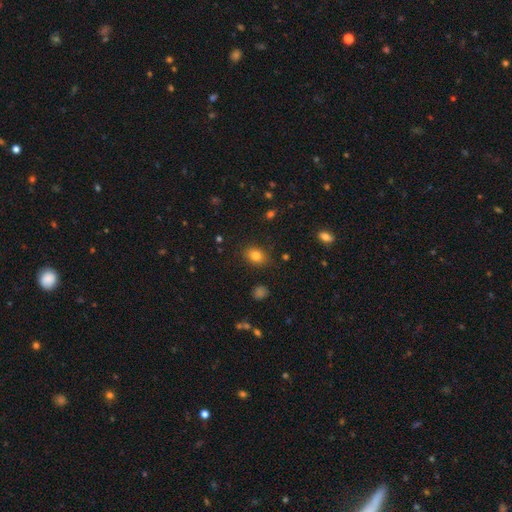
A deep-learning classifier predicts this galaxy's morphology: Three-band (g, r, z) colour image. It shows a smooth galaxy with no disk features (81%) that is in between round and cigar-shaped (60%). Merging: none (84%).